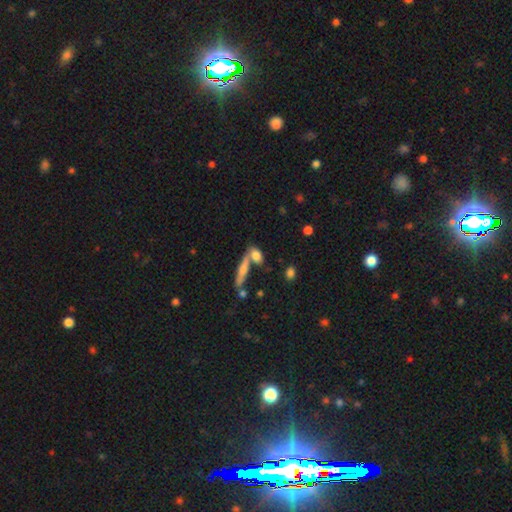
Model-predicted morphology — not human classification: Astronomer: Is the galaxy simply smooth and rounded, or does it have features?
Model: smooth — 72%.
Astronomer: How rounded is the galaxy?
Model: in between — 64%.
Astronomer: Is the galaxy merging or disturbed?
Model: none — 52% (runner-up: merger, 32%).